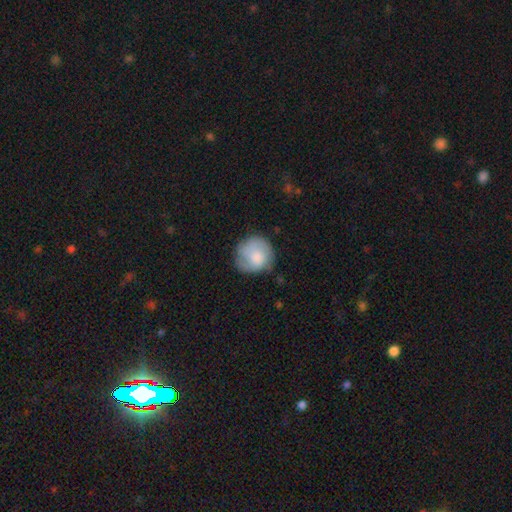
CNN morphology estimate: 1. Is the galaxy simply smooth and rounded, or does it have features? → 75% smooth, 19% featured or disk, 7% star or artifact.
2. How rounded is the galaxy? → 87% round, 12% in between, 1% cigar-shaped.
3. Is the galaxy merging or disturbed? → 60% none, 28% minor disturbance, 10% major disturbance, 2% merger.